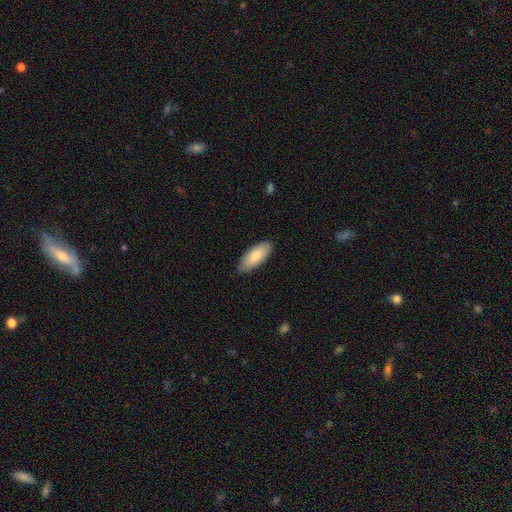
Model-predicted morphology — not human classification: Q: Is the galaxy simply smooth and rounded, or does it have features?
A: smooth — 84%.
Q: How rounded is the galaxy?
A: in between — 83%.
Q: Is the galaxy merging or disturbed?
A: none — 86%.